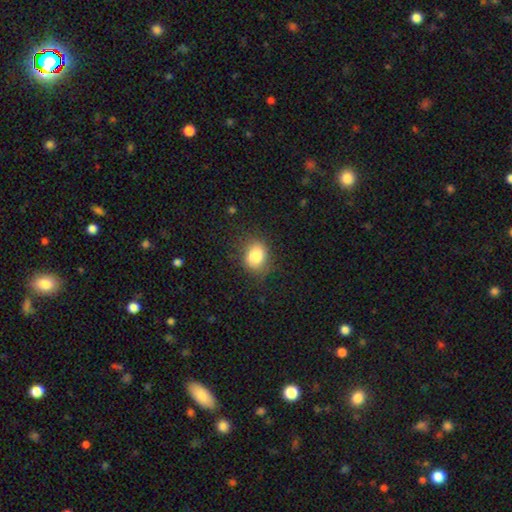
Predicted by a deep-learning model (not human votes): Smooth or featured?
  - smooth: 83% *
  - star or artifact: 10%
  - featured or disk: 8%
How rounded?
  - round: 52% *
  - in between: 47%
  - cigar-shaped: 1%
Merging?
  - none: 78% *
  - minor disturbance: 16%
  - major disturbance: 5%
  - merger: 1%